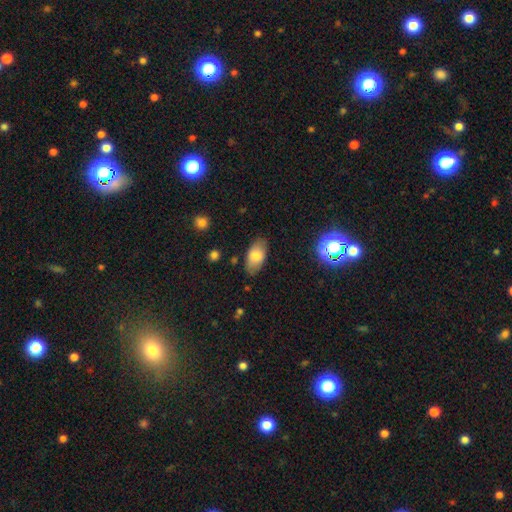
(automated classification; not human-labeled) smooth 76%, featured or disk 16%, star or artifact 8%. Down the decision tree: how rounded — in between (93%); merging — none (82%).